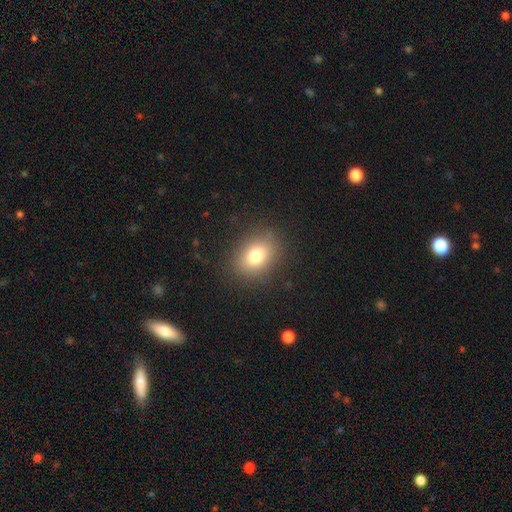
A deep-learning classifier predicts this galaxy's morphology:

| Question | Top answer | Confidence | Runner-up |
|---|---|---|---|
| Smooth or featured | smooth | 79% | star or artifact (11%) |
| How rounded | in between | 63% | round (36%) |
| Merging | none | 85% | minor disturbance (10%) |